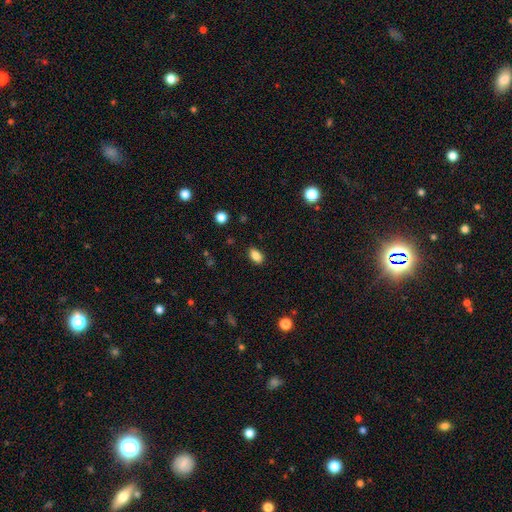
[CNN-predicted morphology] smooth_or_featured: smooth (p=0.85) [alt: star or artifact p=0.09]
how_rounded: in between (p=0.89) [alt: round p=0.09]
merging: none (p=0.87) [alt: minor disturbance p=0.09]